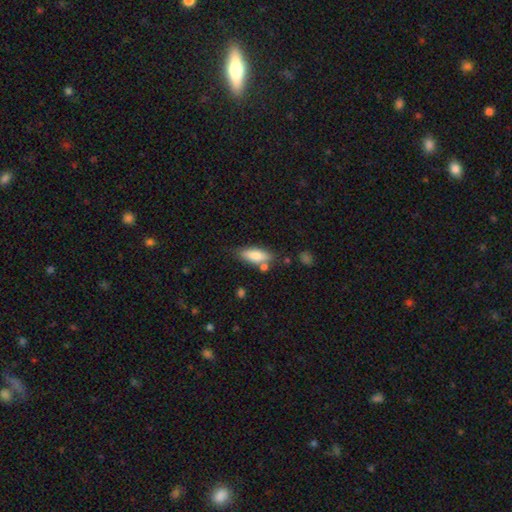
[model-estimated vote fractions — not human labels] Smooth or featured? Predicted: smooth (p=0.80). How rounded? Predicted: in between (p=0.70). Merging? Predicted: none (p=0.69).